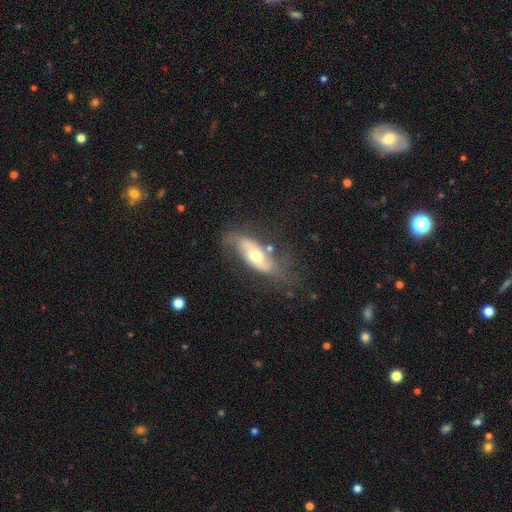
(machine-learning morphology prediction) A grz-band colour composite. It shows a featured or disk galaxy (64%) with no bar (59%), spiral arms (74%) and a moderate central bulge (71%). Merging: none (57%).